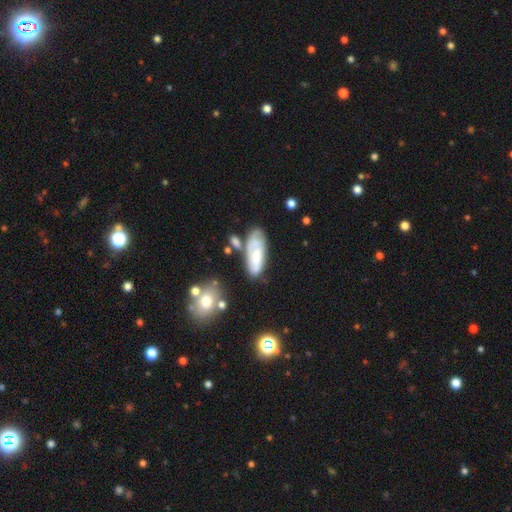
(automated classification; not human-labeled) A featured or disk galaxy (47%).

Vote fractions:
- Smooth or featured? featured or disk: 47% / smooth: 45% / star or artifact: 8%
- Merging? none: 52% / minor disturbance: 23% / merger: 14% / major disturbance: 11%